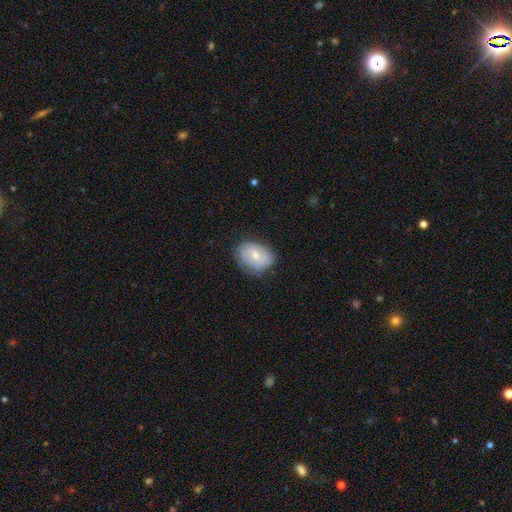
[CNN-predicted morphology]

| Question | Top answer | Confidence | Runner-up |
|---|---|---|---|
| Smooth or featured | smooth | 51% | featured or disk (42%) |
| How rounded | in between | 63% | round (36%) |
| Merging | none | 72% | minor disturbance (21%) |